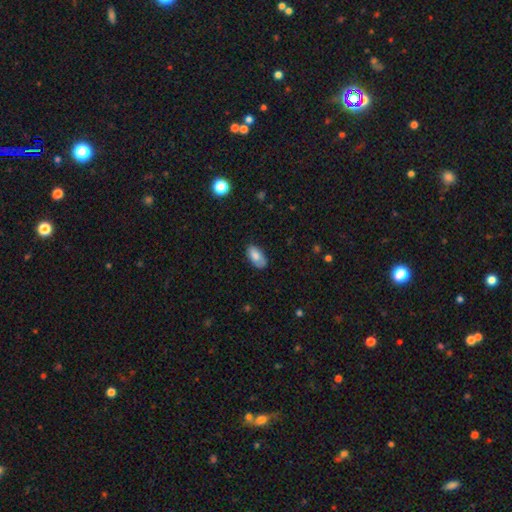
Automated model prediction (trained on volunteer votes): This is likely a smooth galaxy (77%). How rounded: clearly in between (93%). Merging: likely none (72%).